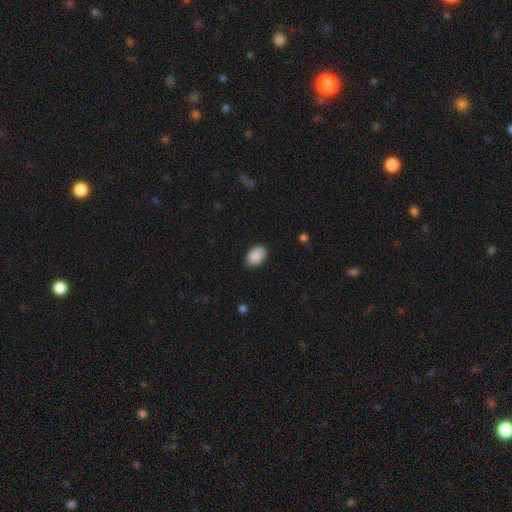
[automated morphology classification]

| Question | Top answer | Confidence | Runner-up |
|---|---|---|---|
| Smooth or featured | smooth | 90% | star or artifact (7%) |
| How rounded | in between | 86% | round (13%) |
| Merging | none | 85% | minor disturbance (11%) |